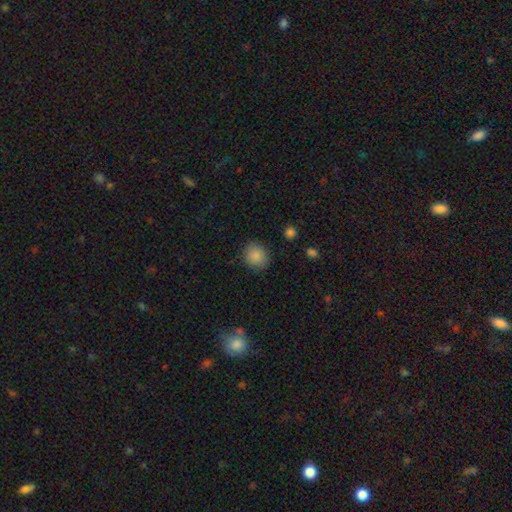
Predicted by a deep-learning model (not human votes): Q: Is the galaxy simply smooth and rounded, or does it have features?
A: smooth — 87%.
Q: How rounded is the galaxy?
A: round — 80%.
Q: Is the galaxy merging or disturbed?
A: none — 87%.